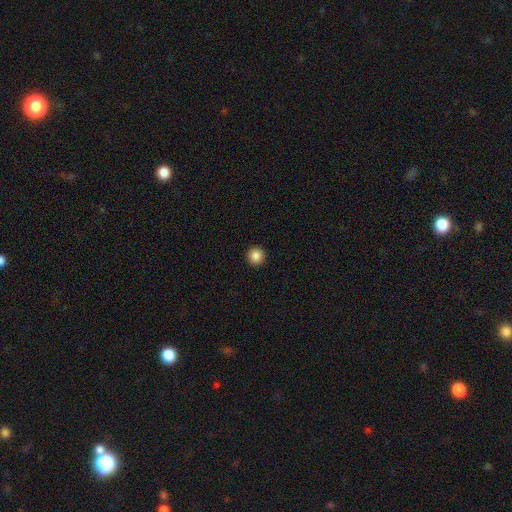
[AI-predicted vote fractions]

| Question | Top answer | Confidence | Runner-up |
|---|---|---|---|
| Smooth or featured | smooth | 86% | star or artifact (10%) |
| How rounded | round | 96% | in between (3%) |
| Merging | none | 93% | minor disturbance (4%) |